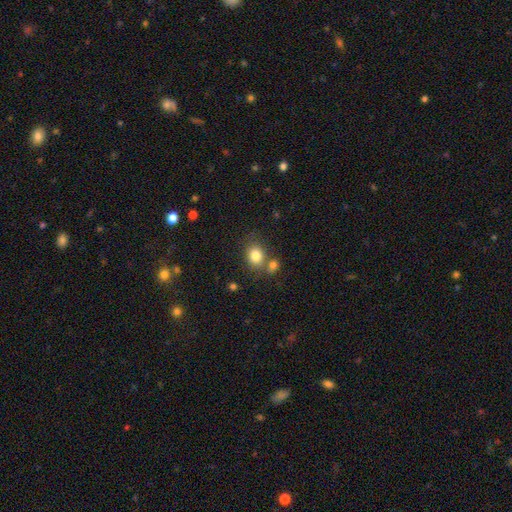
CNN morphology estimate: Smooth or featured: smooth — 82% (star or artifact — 10%)
How rounded: round — 55% (in between — 44%)
Merging: none — 61% (merger — 23%)